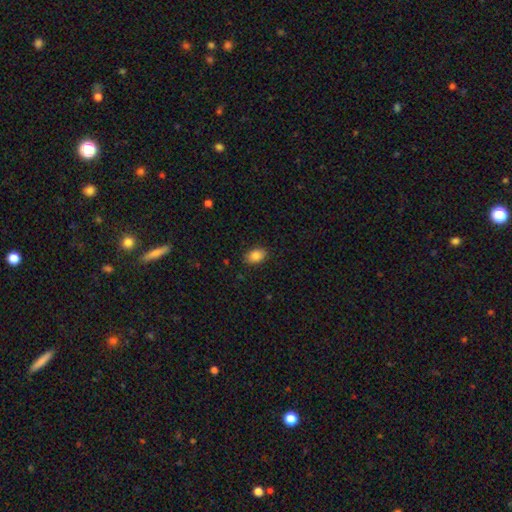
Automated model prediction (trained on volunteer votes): Smooth or featured: smooth — 85% (star or artifact — 8%)
How rounded: in between — 85% (round — 13%)
Merging: none — 86% (minor disturbance — 10%)